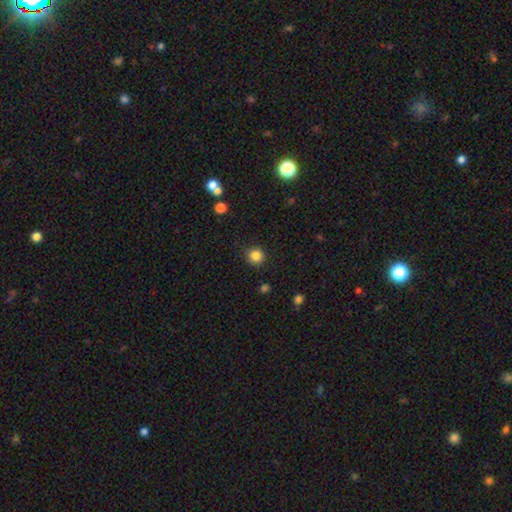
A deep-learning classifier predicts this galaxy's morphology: Q: Smooth or featured?
A: smooth (84%); runner-up: star or artifact (12%)
Q: How rounded?
A: round (93%); runner-up: in between (6%)
Q: Merging?
A: none (87%); runner-up: minor disturbance (8%)